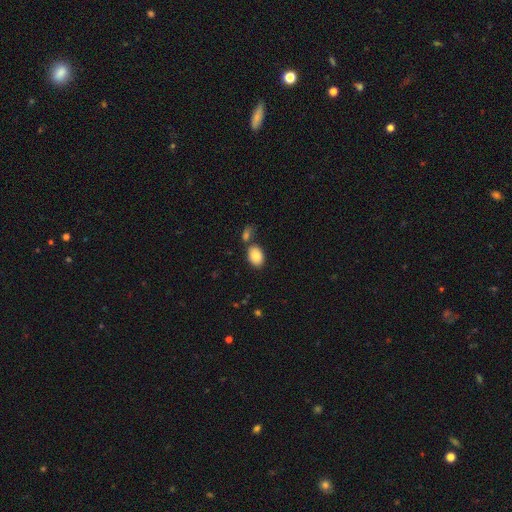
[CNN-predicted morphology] The model was most divided on "merging": none: 64%, merger: 20%, minor disturbance: 12%, major disturbance: 4%. More confident: smooth or featured — smooth (83%); how rounded — in between (82%).